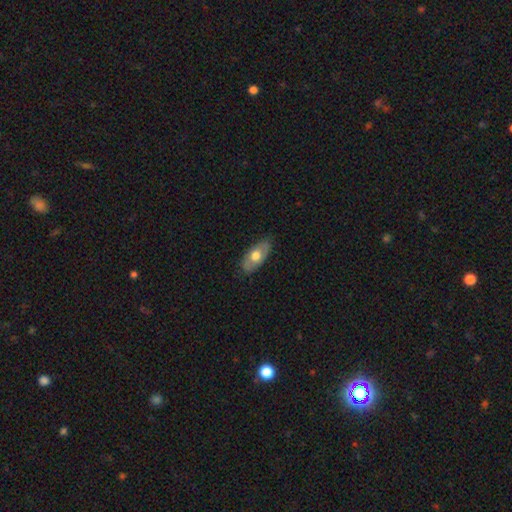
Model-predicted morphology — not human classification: smooth_or_featured: smooth (p=0.60) [alt: featured or disk p=0.35]
how_rounded: in between (p=0.90) [alt: cigar-shaped p=0.06]
merging: none (p=0.81) [alt: minor disturbance p=0.15]